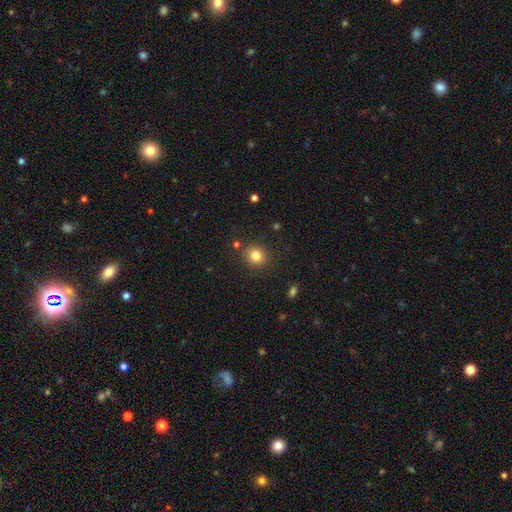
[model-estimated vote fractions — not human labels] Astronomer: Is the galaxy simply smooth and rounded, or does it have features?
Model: smooth — 82%.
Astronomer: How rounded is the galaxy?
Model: round — 80%.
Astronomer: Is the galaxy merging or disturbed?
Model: none — 85%.